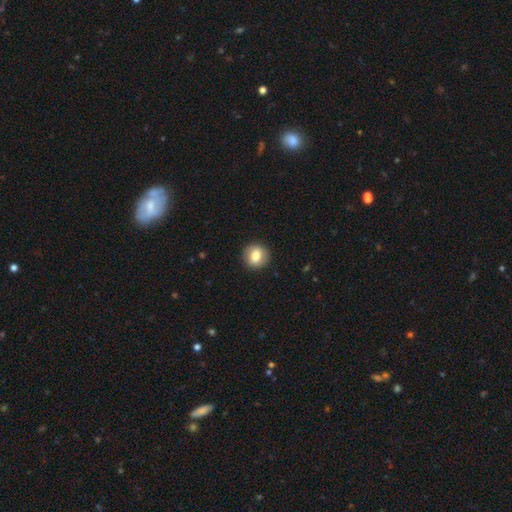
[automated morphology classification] type=smooth (78%); roundness=round (81%); merging=none (90%).